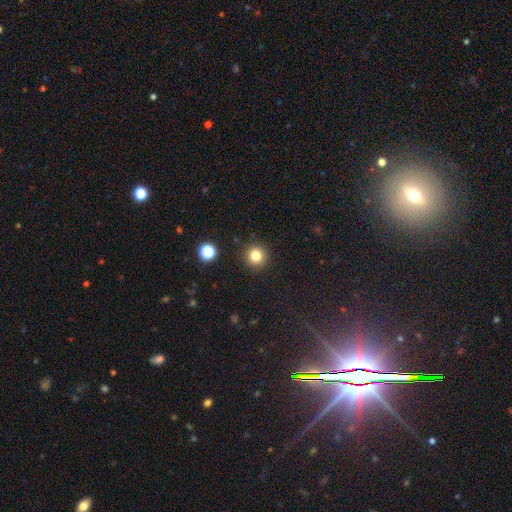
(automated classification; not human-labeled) The model was most divided on "smooth or featured": smooth: 81%, star or artifact: 13%, featured or disk: 6%. More confident: how rounded — round (95%); merging — none (91%).